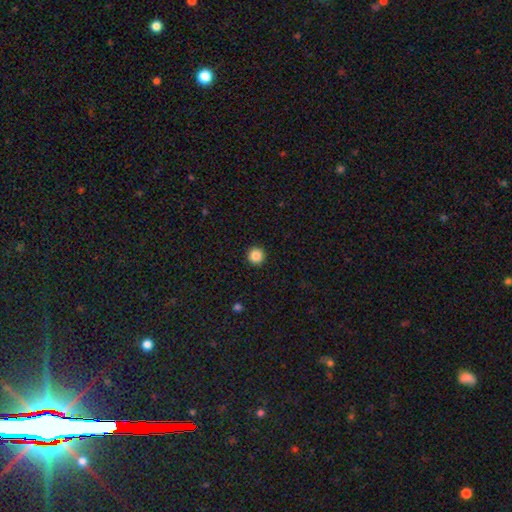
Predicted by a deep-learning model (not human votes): A smooth galaxy with no disk features (86%) that is round (96%). Merging: none (94%).